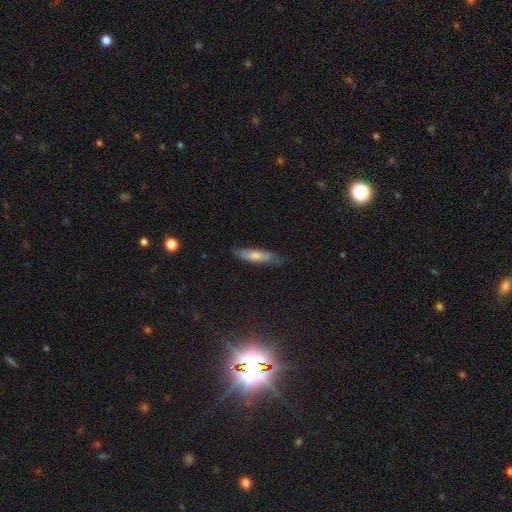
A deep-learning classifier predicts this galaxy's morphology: type=smooth (69%); roundness=cigar-shaped (77%); merging=none (74%).